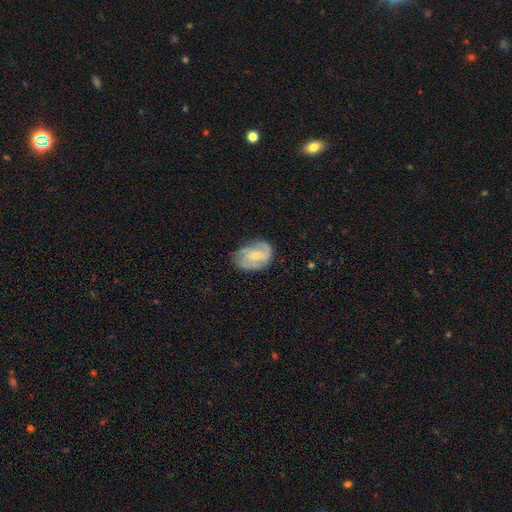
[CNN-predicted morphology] Smooth or featured? Predicted: featured or disk (p=0.66). Edge-on disk? Predicted: no (p=0.97). Bar? Predicted: no (p=0.58). Spiral arms? Predicted: yes (p=0.85). Spiral winding? Predicted: medium (p=0.41). Spiral arm count? Predicted: 2 (p=0.41). Bulge size? Predicted: small (p=0.61). Merging? Predicted: none (p=0.59).